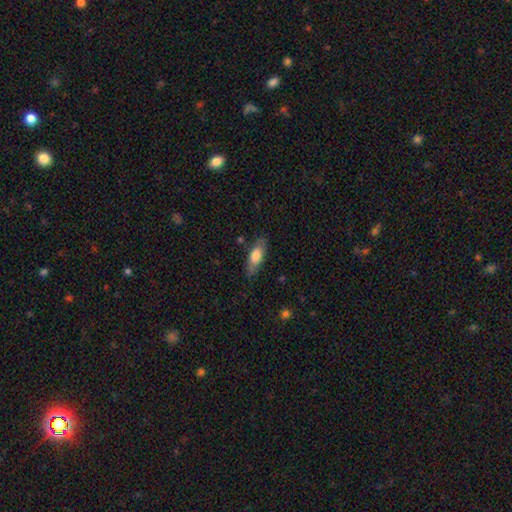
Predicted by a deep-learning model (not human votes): This is likely a smooth galaxy (70%). How rounded: likely in between (69%). Merging: likely none (78%).